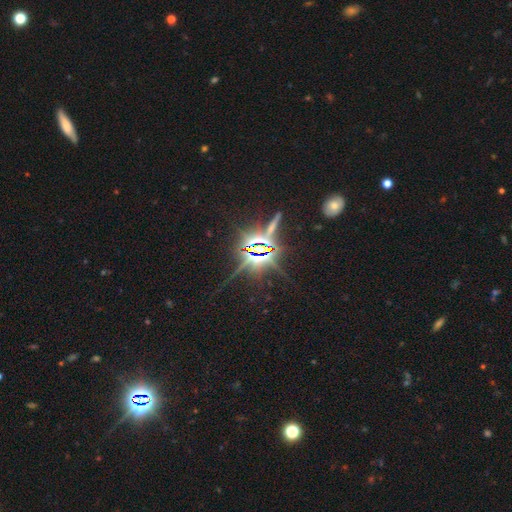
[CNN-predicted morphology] type=star or artifact (82%).